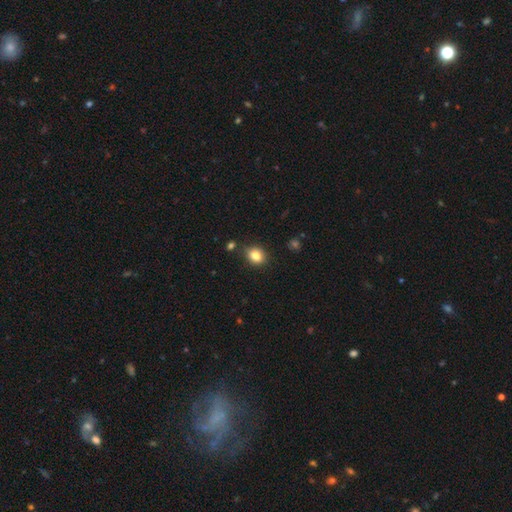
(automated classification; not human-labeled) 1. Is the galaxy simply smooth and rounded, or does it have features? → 83% smooth, 10% star or artifact, 6% featured or disk.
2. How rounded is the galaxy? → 52% round, 47% in between, 1% cigar-shaped.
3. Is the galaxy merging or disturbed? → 83% none, 11% minor disturbance, 3% merger, 3% major disturbance.